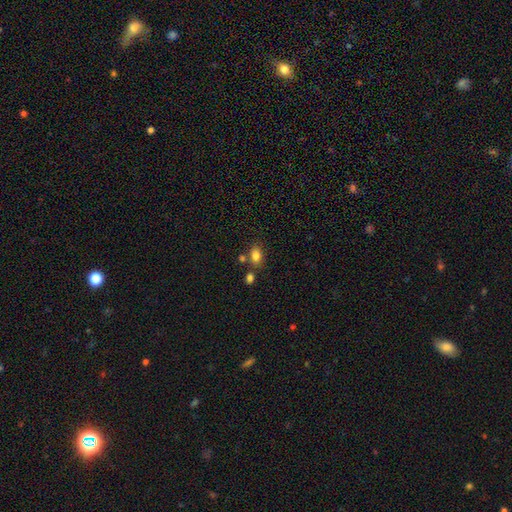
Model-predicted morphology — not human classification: Smooth or featured? smooth (83%)
How rounded? in between (70%)
Merging? none (68%)